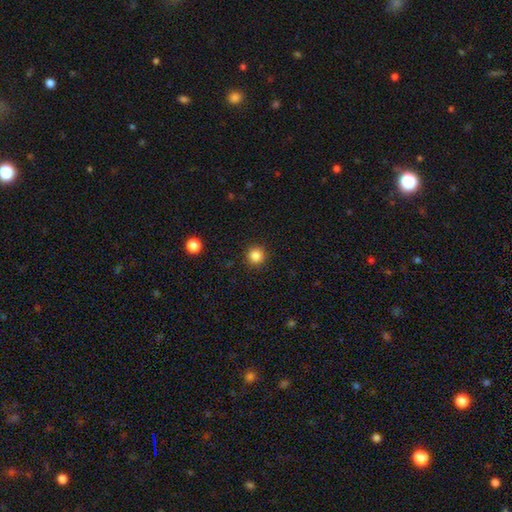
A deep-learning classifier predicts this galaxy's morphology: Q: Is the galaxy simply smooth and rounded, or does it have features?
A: smooth — 85%.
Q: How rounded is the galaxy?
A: round — 95%.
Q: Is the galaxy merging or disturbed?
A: none — 92%.